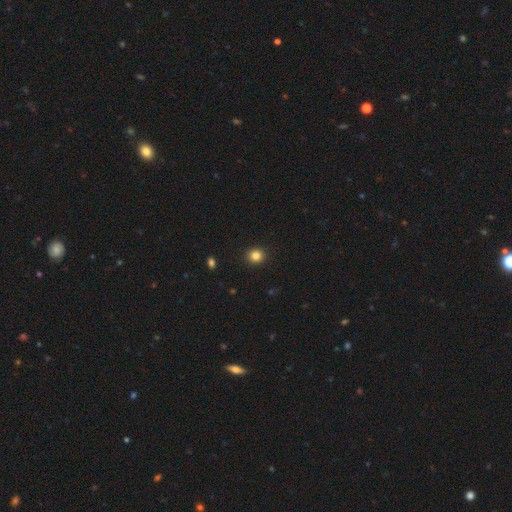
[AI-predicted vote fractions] This is clearly a smooth galaxy (84%). How rounded: clearly round (88%). Merging: clearly none (92%).